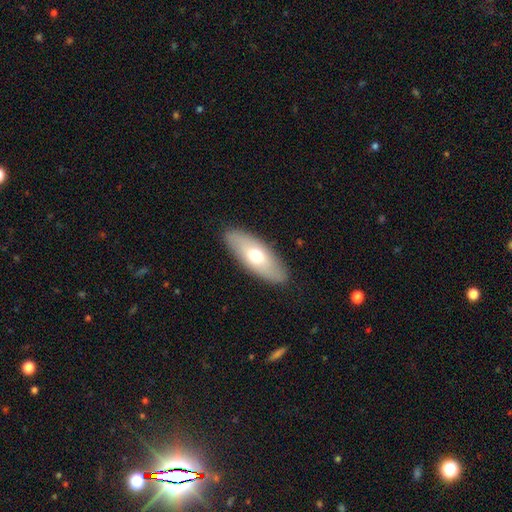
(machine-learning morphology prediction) type=smooth (64%); roundness=in between (78%); merging=none (88%).